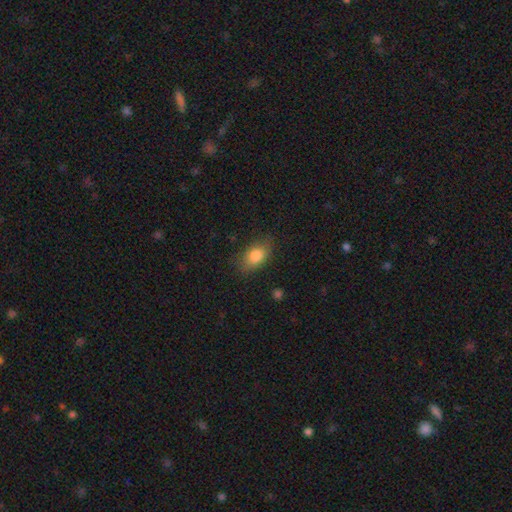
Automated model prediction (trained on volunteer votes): Smooth or featured? smooth (82%)
How rounded? in between (84%)
Merging? none (75%)